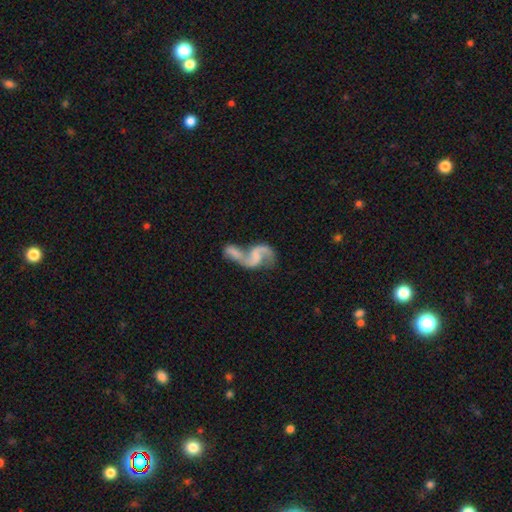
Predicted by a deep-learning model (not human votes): A featured or disk galaxy (82%) with no bar (46%), 2 (87%) loose (72%) spiral arms (92%) and no central bulge (55%). Merging: merger (58%).